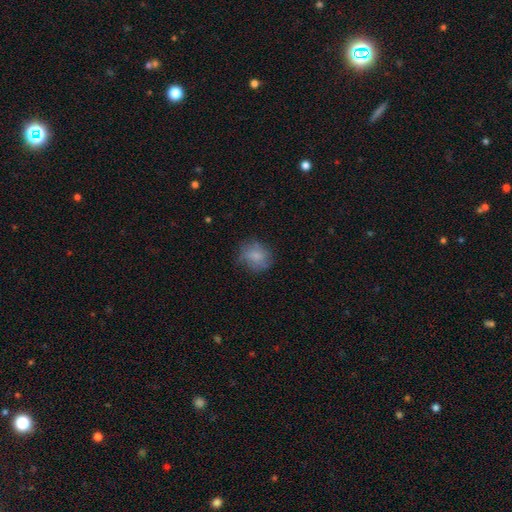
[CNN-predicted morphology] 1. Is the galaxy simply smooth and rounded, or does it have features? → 69% smooth, 21% featured or disk, 9% star or artifact.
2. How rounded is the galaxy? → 70% round, 29% in between, 1% cigar-shaped.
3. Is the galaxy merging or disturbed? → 66% none, 23% minor disturbance, 10% major disturbance, 1% merger.